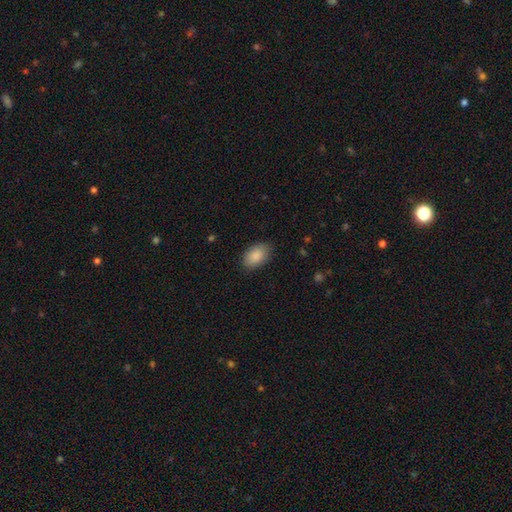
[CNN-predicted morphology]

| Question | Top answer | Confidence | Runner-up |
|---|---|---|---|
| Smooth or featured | smooth | 89% | star or artifact (6%) |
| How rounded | in between | 92% | round (7%) |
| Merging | none | 84% | minor disturbance (12%) |